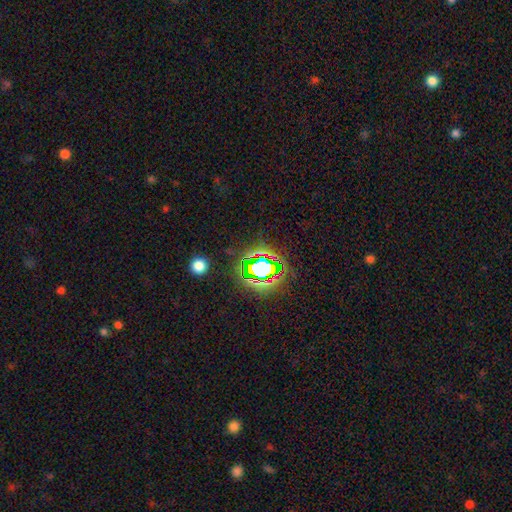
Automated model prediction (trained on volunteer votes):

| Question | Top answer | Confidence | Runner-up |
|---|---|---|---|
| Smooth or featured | star or artifact | 75% | smooth (15%) |